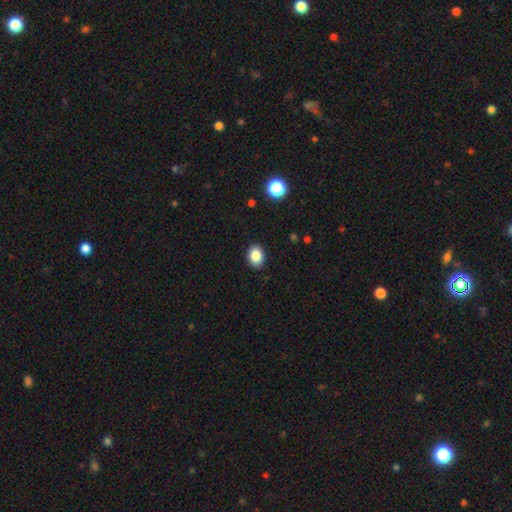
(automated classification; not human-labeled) A smooth galaxy with no disk features (86%) that is in between round and cigar-shaped (60%). Merging: none (89%).